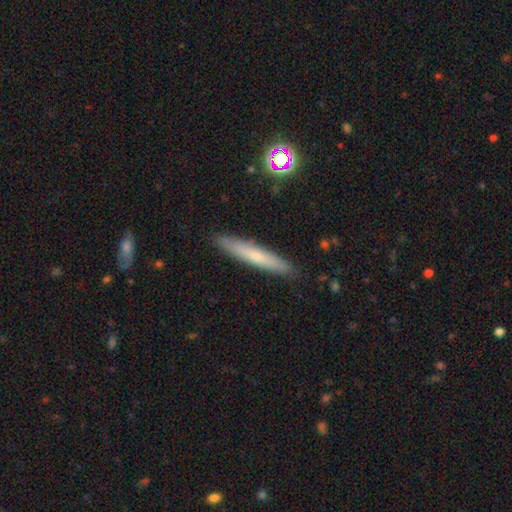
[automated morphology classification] smooth_or_featured: smooth (p=0.59) [alt: featured or disk p=0.33]
how_rounded: cigar-shaped (p=0.94) [alt: in between p=0.05]
merging: none (p=0.90) [alt: minor disturbance p=0.07]